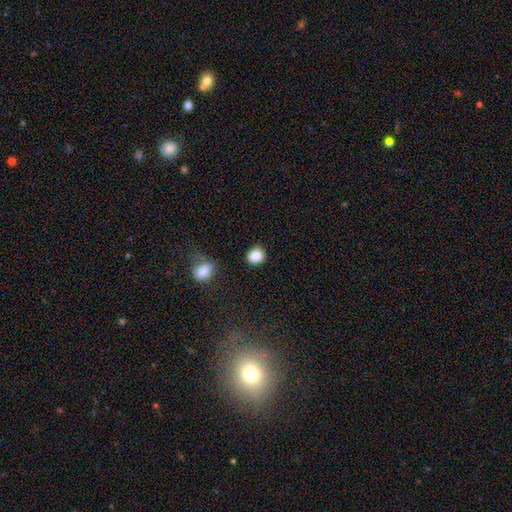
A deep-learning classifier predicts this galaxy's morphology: This is clearly a smooth galaxy (86%). How rounded: clearly round (80%). Merging: clearly none (83%).